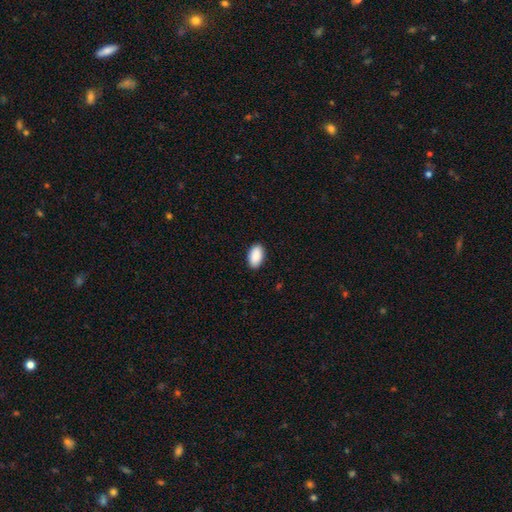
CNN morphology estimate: A smooth galaxy with no disk features (91%) that is in between round and cigar-shaped (95%).

Vote fractions:
- Smooth or featured? smooth: 91% / star or artifact: 6% / featured or disk: 3%
- How rounded? in between: 95% / round: 3% / cigar-shaped: 2%
- Merging? none: 90% / minor disturbance: 7% / major disturbance: 2% / merger: 1%